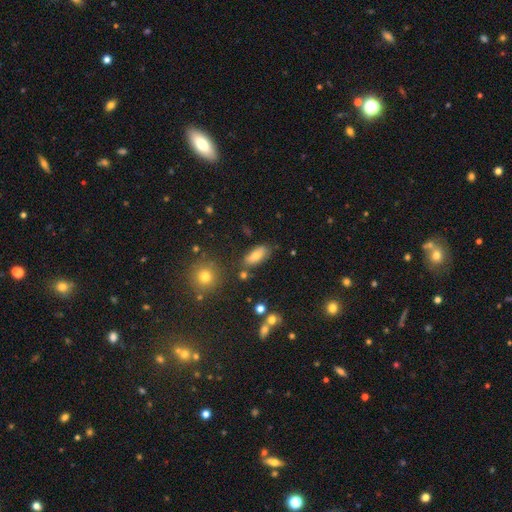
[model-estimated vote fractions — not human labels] A smooth galaxy with no disk features (76%) that is in between round and cigar-shaped (85%).

Vote fractions:
- Smooth or featured? smooth: 76% / featured or disk: 14% / star or artifact: 10%
- How rounded? in between: 85% / cigar-shaped: 11% / round: 4%
- Merging? none: 76% / minor disturbance: 15% / merger: 5% / major disturbance: 4%